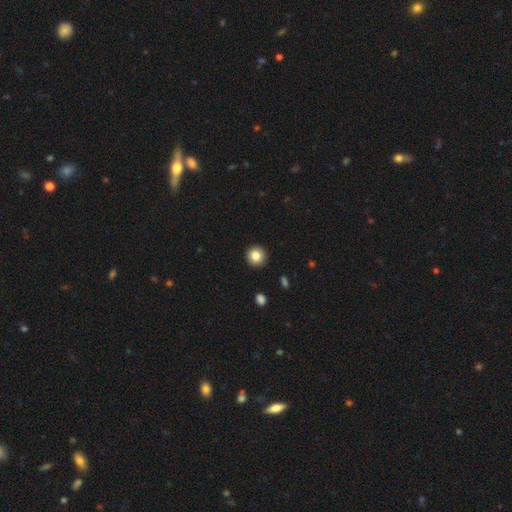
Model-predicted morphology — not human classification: Smooth or featured? Predicted: smooth (p=0.85). How rounded? Predicted: round (p=0.94). Merging? Predicted: none (p=0.93).